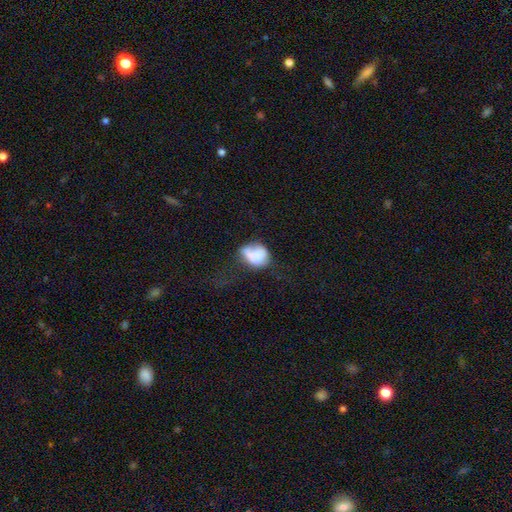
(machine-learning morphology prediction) type=smooth (57%); roundness=in between (57%); merging=none (30%).